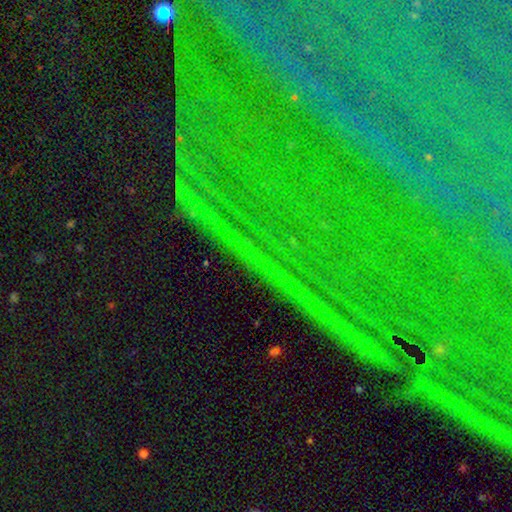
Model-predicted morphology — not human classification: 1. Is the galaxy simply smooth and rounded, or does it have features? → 85% star or artifact, 8% featured or disk, 7% smooth.